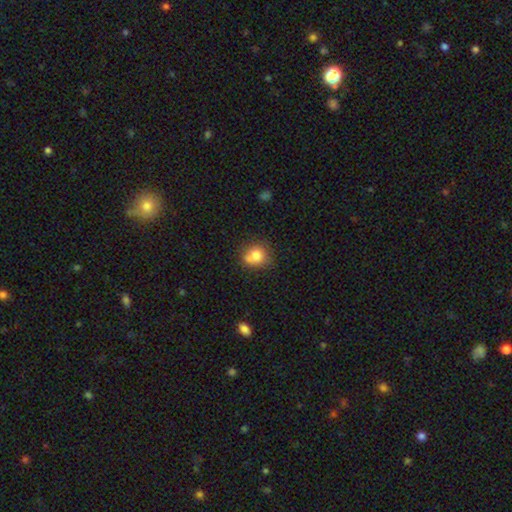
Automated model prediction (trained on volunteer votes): A smooth galaxy with no disk features (78%) that is round (76%). Merging: none (54%).